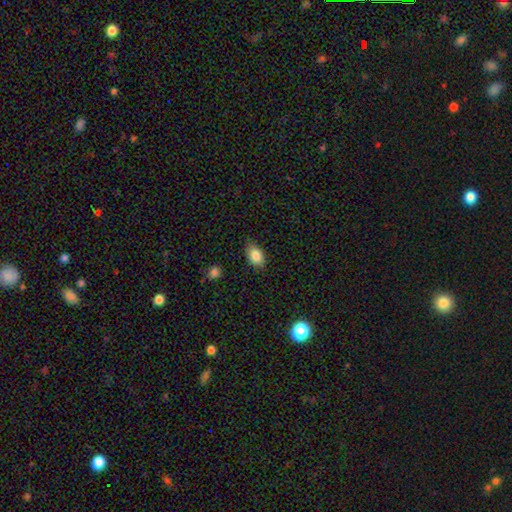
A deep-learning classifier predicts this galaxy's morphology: This appears to be a smooth galaxy with no disk features (84%) that is in between round and cigar-shaped (85%). Merging: none (80%).